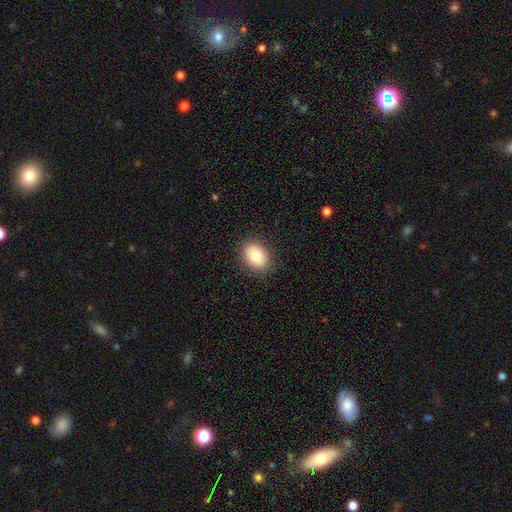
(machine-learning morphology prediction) This appears to be a smooth galaxy with no disk features (81%) that is in between round and cigar-shaped (65%). Merging: none (89%).